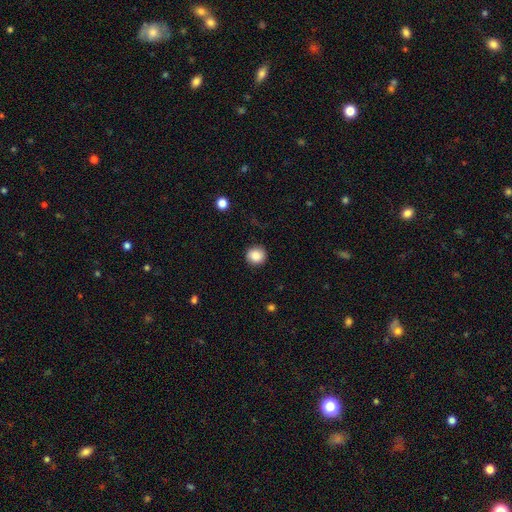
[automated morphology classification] The model was most divided on "smooth or featured": smooth: 86%, star or artifact: 9%, featured or disk: 4%. More confident: how rounded — round (91%); merging — none (89%).